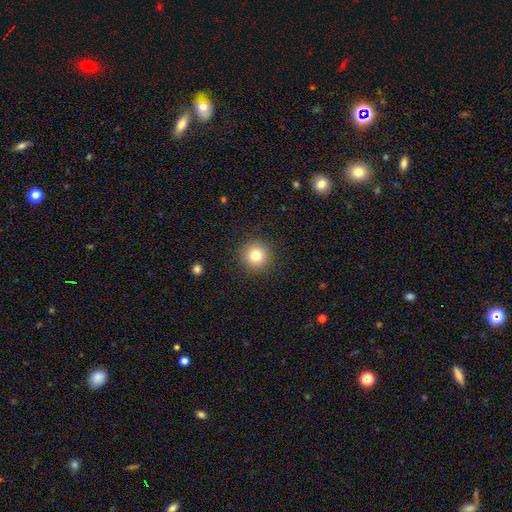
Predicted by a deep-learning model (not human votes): Smooth or featured?
  - smooth: 80% *
  - star or artifact: 12%
  - featured or disk: 8%
How rounded?
  - round: 95% *
  - in between: 4%
  - cigar-shaped: 1%
Merging?
  - none: 91% *
  - minor disturbance: 6%
  - major disturbance: 2%
  - merger: 1%